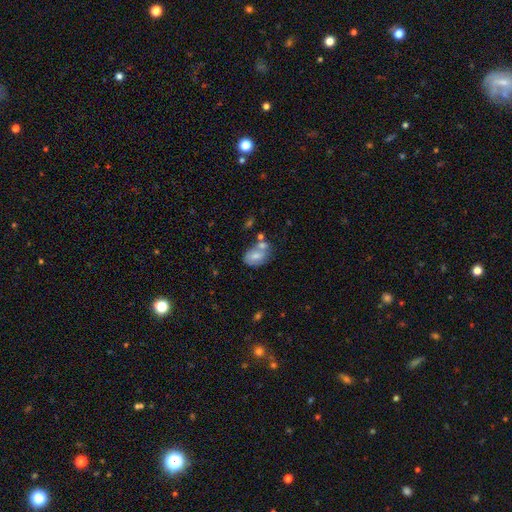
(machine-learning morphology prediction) Smooth or featured? Predicted: smooth (p=0.64). How rounded? Predicted: in between (p=0.82). Merging? Predicted: none (p=0.43).